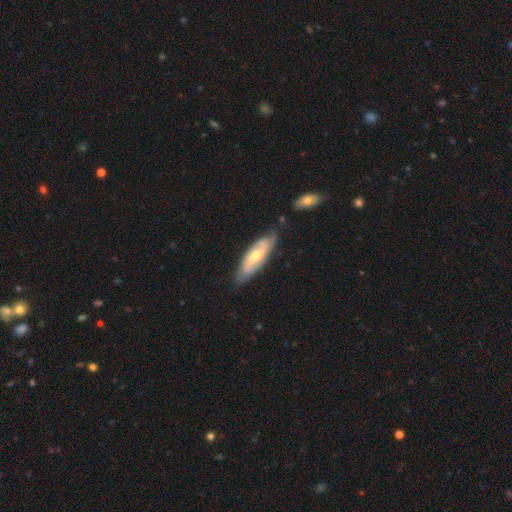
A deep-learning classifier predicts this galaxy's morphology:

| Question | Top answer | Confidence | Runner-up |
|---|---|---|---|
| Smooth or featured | featured or disk | 70% | smooth (25%) |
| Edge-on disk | no | 85% | yes (15%) |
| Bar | weak | 46% | no (29%) |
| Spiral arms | yes | 89% | no (11%) |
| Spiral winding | medium | 42% | tight (30%) |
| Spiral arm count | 2 | 80% | can't tell (13%) |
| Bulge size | moderate | 59% | small (34%) |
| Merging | none | 77% | minor disturbance (17%) |